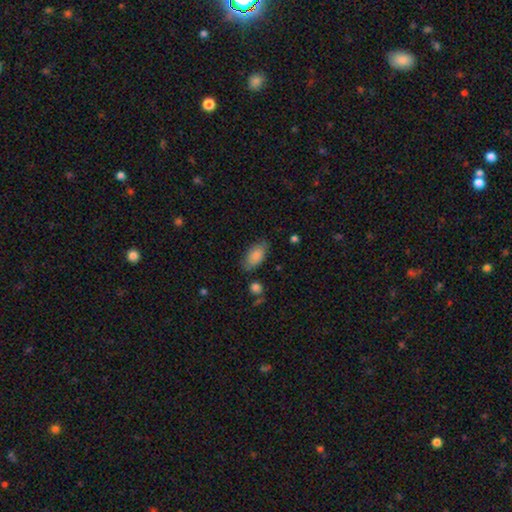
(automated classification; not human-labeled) This appears to be a smooth galaxy with no disk features (84%) that is in between round and cigar-shaped (93%). Merging: none (76%).